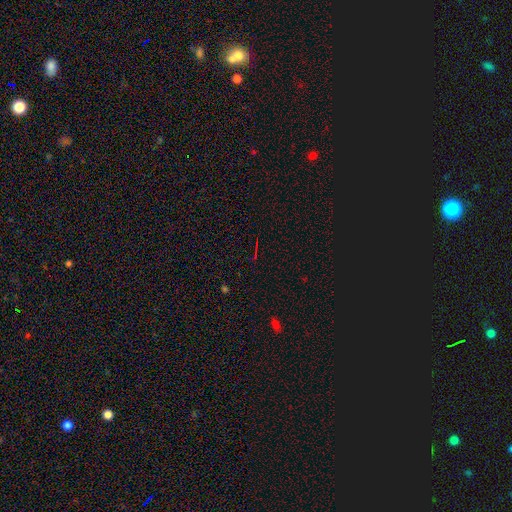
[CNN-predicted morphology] Smooth or featured? Predicted: star or artifact (p=0.71).